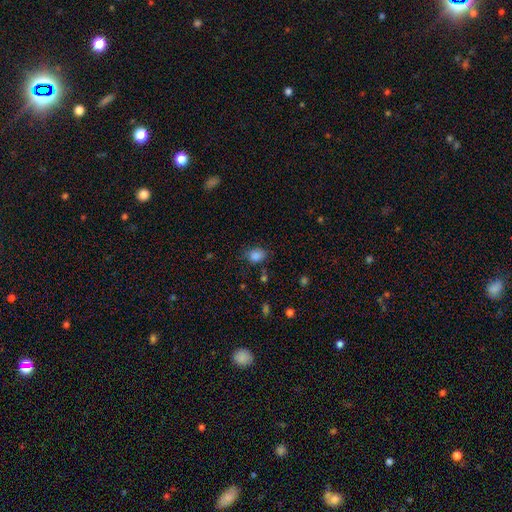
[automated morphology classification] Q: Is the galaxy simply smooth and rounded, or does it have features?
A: smooth — 84%.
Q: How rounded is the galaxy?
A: in between — 68%.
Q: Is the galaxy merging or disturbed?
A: none — 71%.